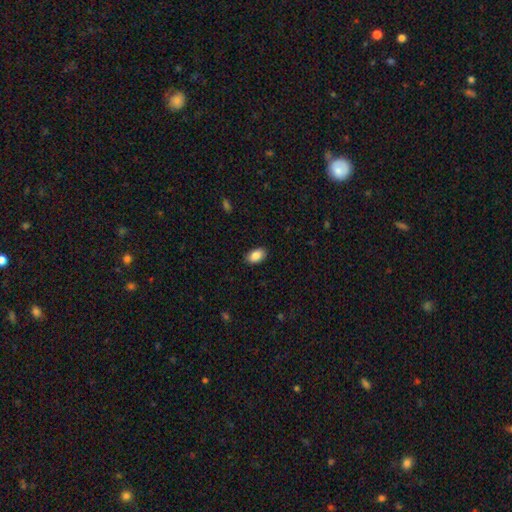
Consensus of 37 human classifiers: Volunteers were most divided on "merging": none: 86%, minor disturbance: 14%, major disturbance: 0%, merger: 0%. More confident: smooth or featured — smooth (97%); how rounded — in between (94%).